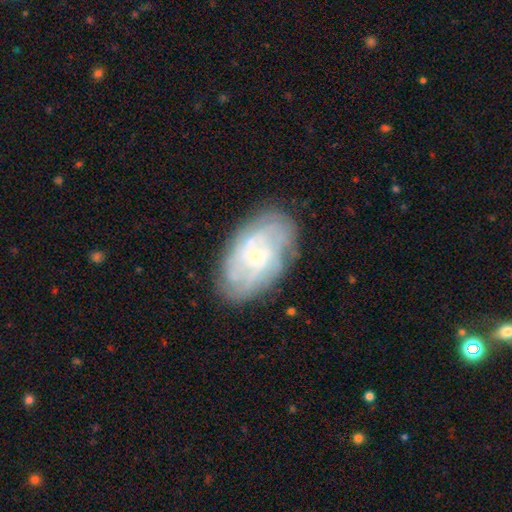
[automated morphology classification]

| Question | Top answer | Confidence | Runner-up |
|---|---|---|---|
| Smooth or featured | featured or disk | 75% | smooth (18%) |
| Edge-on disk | no | 96% | yes (4%) |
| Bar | no | 75% | weak (21%) |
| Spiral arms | yes | 87% | no (13%) |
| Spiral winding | tight | 62% | medium (29%) |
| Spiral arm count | can't tell | 47% | 4 (16%) |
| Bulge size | small | 80% | moderate (15%) |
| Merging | none | 77% | minor disturbance (16%) |